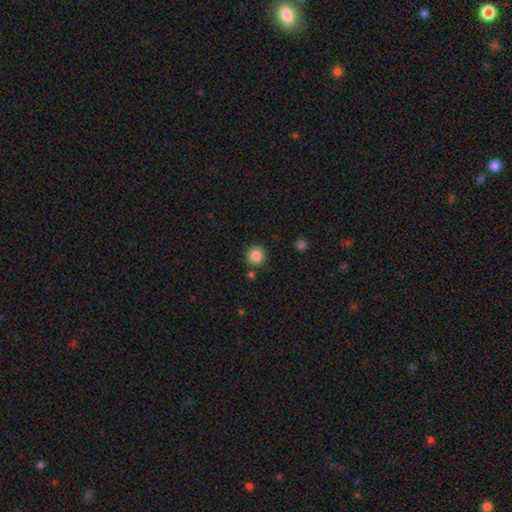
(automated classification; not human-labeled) smooth_or_featured: smooth (p=0.86) [alt: star or artifact p=0.10]
how_rounded: round (p=0.91) [alt: in between p=0.08]
merging: none (p=0.84) [alt: minor disturbance p=0.09]